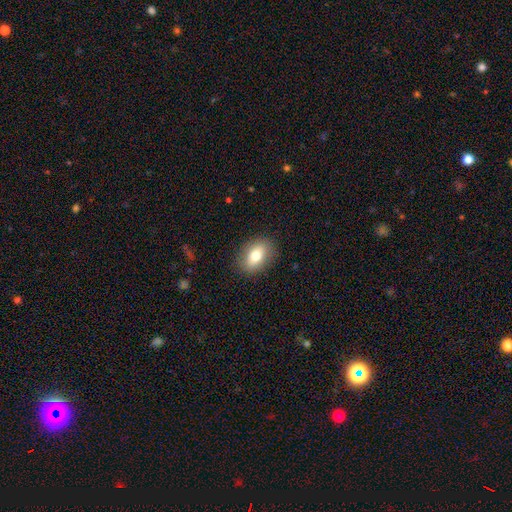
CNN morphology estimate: smooth-or-featured: smooth: 73% | featured or disk: 19% | star or artifact: 8%
  how-rounded: in between: 81% | round: 16% | cigar-shaped: 3%
  merging: none: 87% | minor disturbance: 9% | major disturbance: 3% | merger: 1%